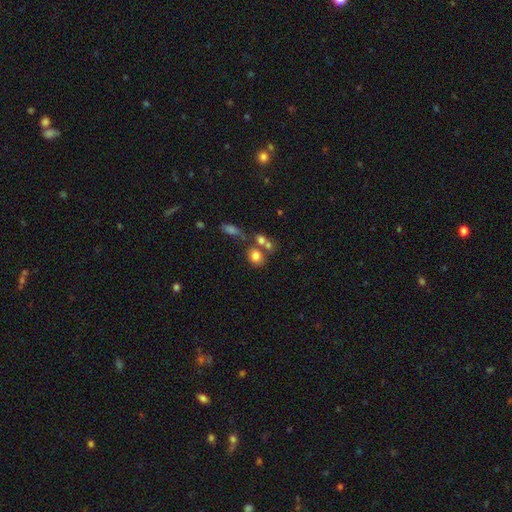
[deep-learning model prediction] smooth-or-featured: smooth: 76% | featured or disk: 12% | star or artifact: 12%
  how-rounded: round: 55% | in between: 44% | cigar-shaped: 2%
  merging: none: 47% | merger: 35% | minor disturbance: 12% | major disturbance: 6%